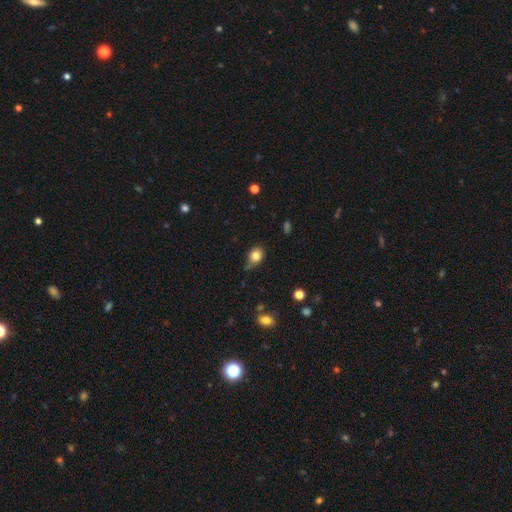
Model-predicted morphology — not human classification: Smooth or featured? Predicted: smooth (p=0.80). How rounded? Predicted: in between (p=0.53). Merging? Predicted: none (p=0.56).